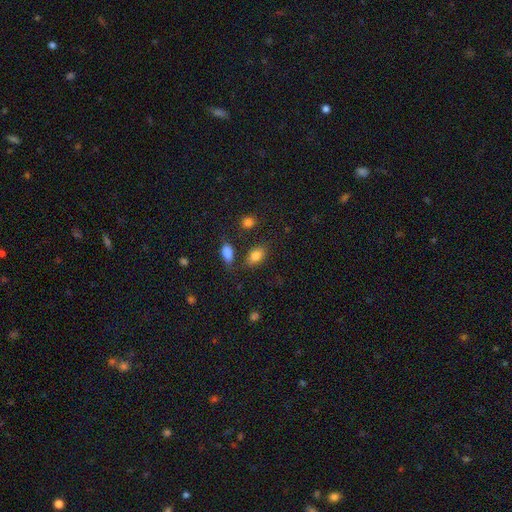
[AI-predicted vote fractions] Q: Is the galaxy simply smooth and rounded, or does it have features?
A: smooth — 82%.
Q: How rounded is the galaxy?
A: in between — 88%.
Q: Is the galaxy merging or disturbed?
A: none — 72%.